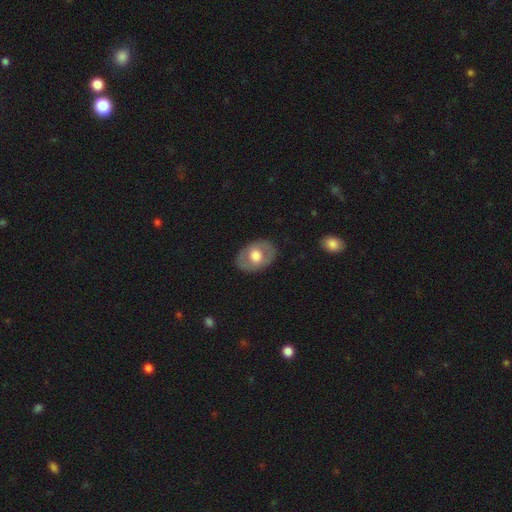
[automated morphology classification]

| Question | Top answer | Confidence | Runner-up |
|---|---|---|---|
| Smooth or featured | smooth | 51% | featured or disk (43%) |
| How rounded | in between | 73% | round (26%) |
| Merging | none | 83% | minor disturbance (12%) |